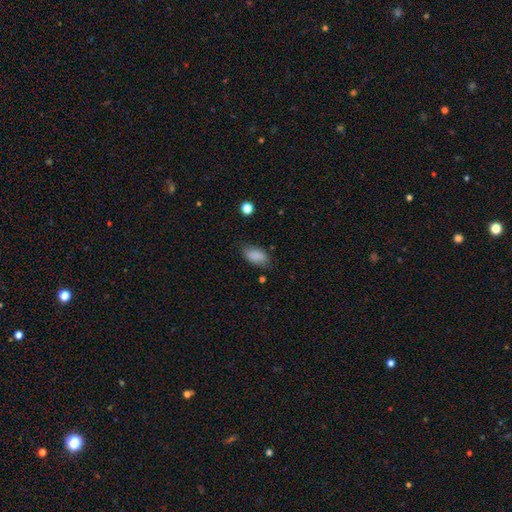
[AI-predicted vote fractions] smooth-or-featured: smooth: 88% | star or artifact: 8% | featured or disk: 4%
  how-rounded: in between: 92% | cigar-shaped: 4% | round: 4%
  merging: none: 77% | minor disturbance: 17% | major disturbance: 4% | merger: 2%